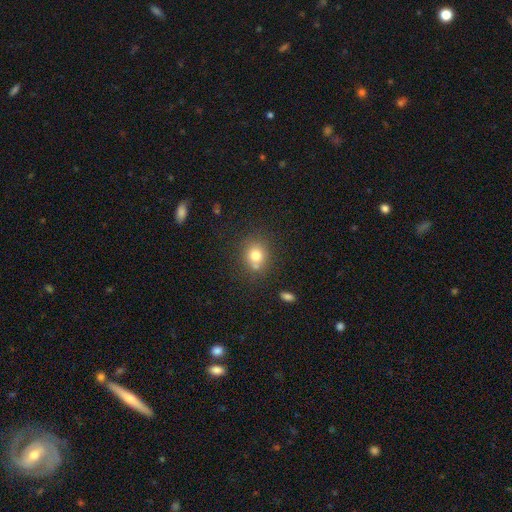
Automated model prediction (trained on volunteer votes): smooth_or_featured: smooth (p=0.77) [alt: star or artifact p=0.12]
how_rounded: round (p=0.72) [alt: in between p=0.27]
merging: none (p=0.64) [alt: merger p=0.17]